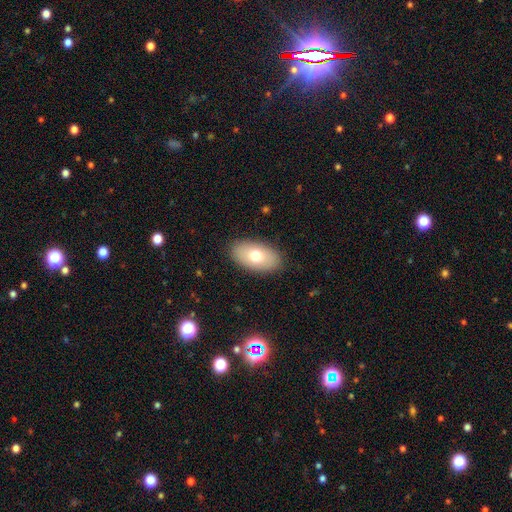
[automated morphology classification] Overall: smooth (71%). How rounded: in between (93%). Merging: none (87%).